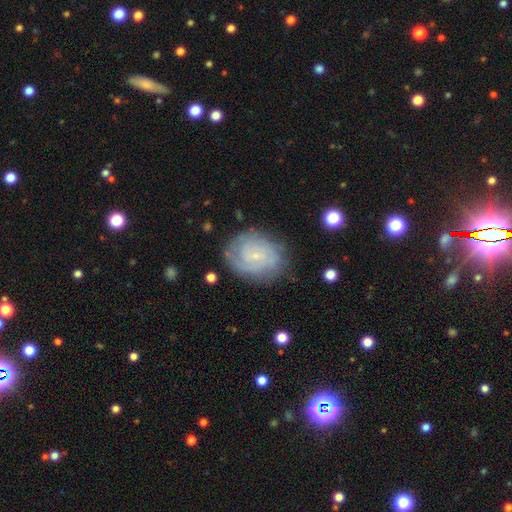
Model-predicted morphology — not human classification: Smooth or featured?
  - featured or disk: 73% *
  - smooth: 20%
  - star or artifact: 8%
Edge-on disk?
  - no: 97% *
  - yes: 3%
Bar?
  - no: 67% *
  - weak: 29%
  - strong: 4%
Spiral arms?
  - yes: 91% *
  - no: 9%
Spiral winding?
  - tight: 65% *
  - medium: 27%
  - loose: 8%
Spiral arm count?
  - can't tell: 41% *
  - 2: 25%
  - 3: 16%
  - 4: 8%
  - 1: 5%
  - more than 4: 5%
Bulge size?
  - small: 82% *
  - moderate: 9%
  - none: 7%
  - large: 1%
  - dominant: 1%
Merging?
  - none: 74% *
  - minor disturbance: 18%
  - major disturbance: 7%
  - merger: 2%